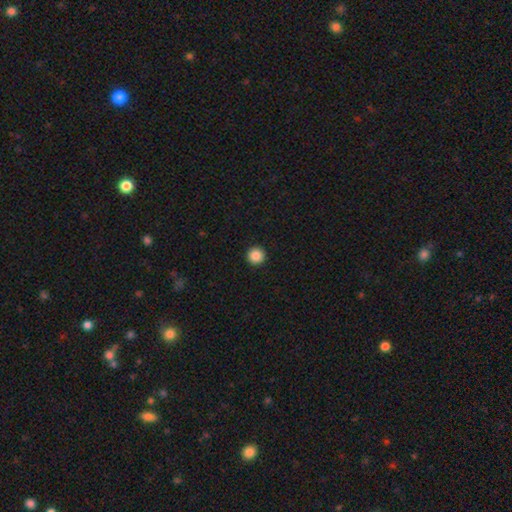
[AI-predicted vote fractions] The model was most divided on "smooth or featured": smooth: 87%, star or artifact: 10%, featured or disk: 3%. More confident: how rounded — round (97%); merging — none (94%).